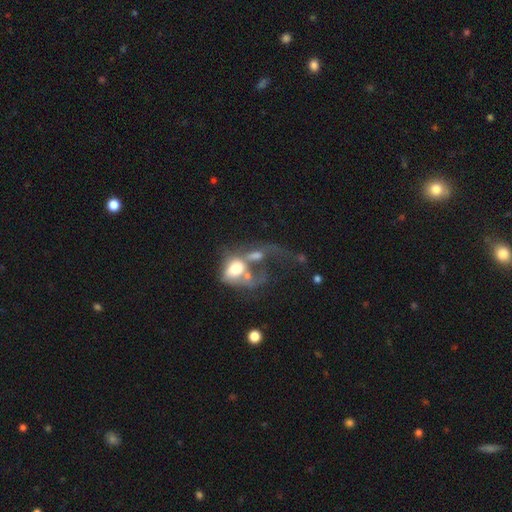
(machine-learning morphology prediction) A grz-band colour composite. It shows a featured or disk galaxy (46%). Merging: merger (58%).